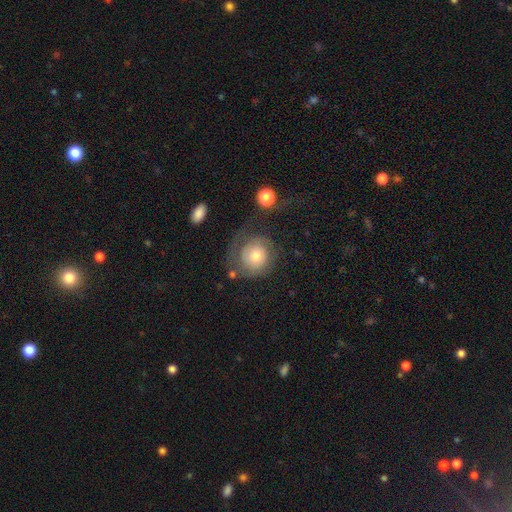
smooth-or-featured: featured or disk: 58% | smooth: 42% | star or artifact: 0%
  disk-edge-on: no: 95% | yes: 5%
    bar: no: 81% | weak: 19% | strong: 0%
    has-spiral-arms: yes: 76% | no: 24%
      spiral-winding: tight: 44% | loose: 38% | medium: 19%
      spiral-arm-count: 1: 62% | 2: 19% | can't tell: 12% | 3: 6% | 4: 0% | more than 4: 0%
    bulge-size: moderate: 76% | small: 24% | dominant: 0% | large: 0% | none: 0%
  merging: major disturbance: 61% | none: 26% | minor disturbance: 11% | merger: 3%